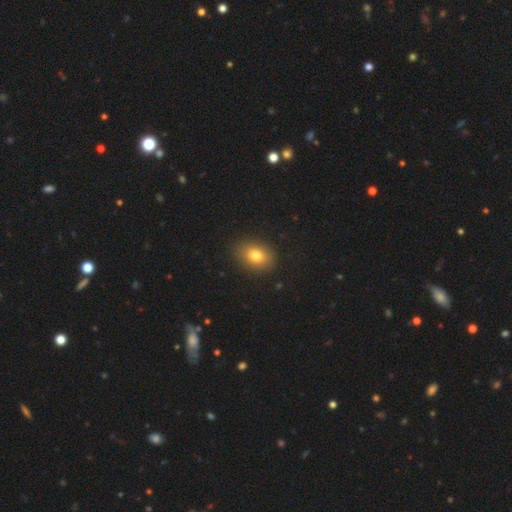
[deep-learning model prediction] A smooth galaxy with no disk features (78%) that is in between round and cigar-shaped (64%).

Vote fractions:
- Smooth or featured? smooth: 78% / star or artifact: 11% / featured or disk: 11%
- How rounded? in between: 64% / round: 35% / cigar-shaped: 1%
- Merging? none: 88% / minor disturbance: 9% / major disturbance: 3% / merger: 1%